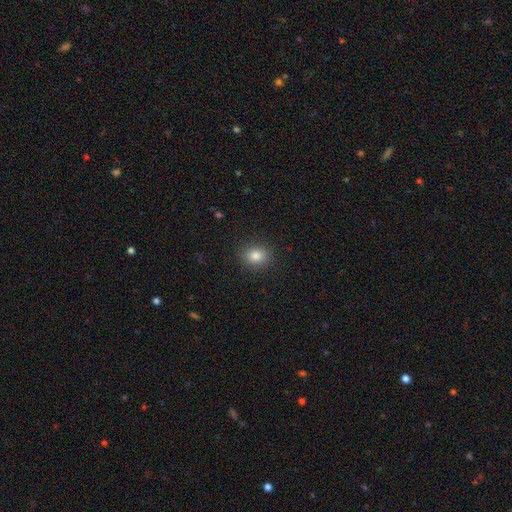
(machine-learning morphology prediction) Q: Smooth or featured?
A: smooth (83%); runner-up: star or artifact (11%)
Q: How rounded?
A: round (57%); runner-up: in between (42%)
Q: Merging?
A: none (89%); runner-up: minor disturbance (8%)